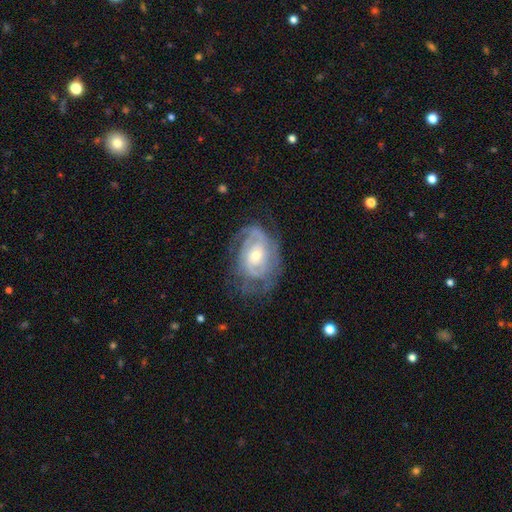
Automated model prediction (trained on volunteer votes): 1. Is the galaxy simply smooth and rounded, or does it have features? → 83% featured or disk, 12% smooth, 6% star or artifact.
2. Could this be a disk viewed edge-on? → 96% no, 4% yes.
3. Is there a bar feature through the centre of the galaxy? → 67% no, 26% weak, 7% strong.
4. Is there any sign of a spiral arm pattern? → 90% yes, 10% no.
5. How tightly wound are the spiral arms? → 61% tight, 29% medium, 10% loose.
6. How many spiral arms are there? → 40% can't tell, 29% 2, 14% 3, 6% 4, 6% 1, 4% more than 4.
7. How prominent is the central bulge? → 52% small, 44% moderate, 2% large, 1% none, 1% dominant.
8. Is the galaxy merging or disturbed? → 61% none, 23% minor disturbance, 15% major disturbance, 1% merger.